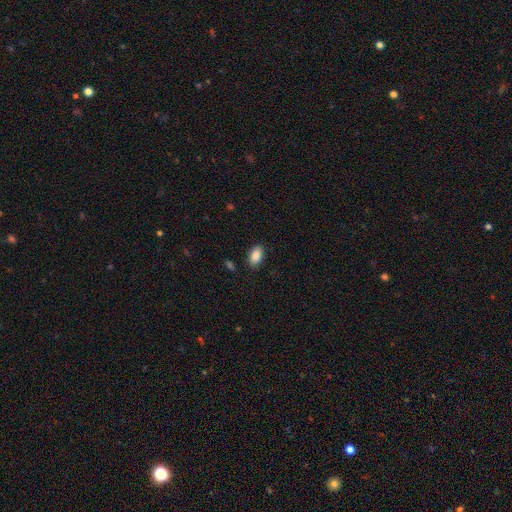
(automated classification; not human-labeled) Smooth or featured: smooth — 87% (star or artifact — 7%)
How rounded: in between — 93% (round — 5%)
Merging: none — 87% (minor disturbance — 10%)